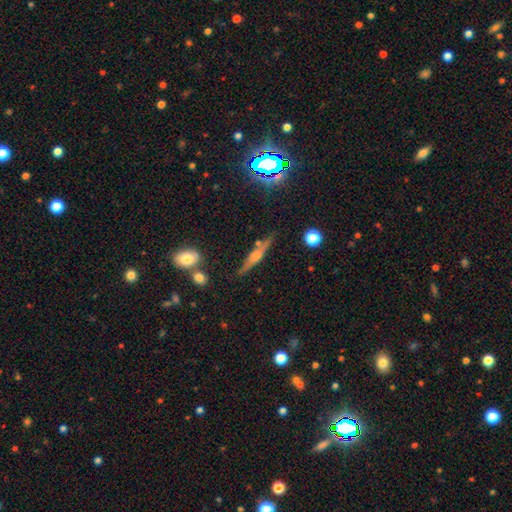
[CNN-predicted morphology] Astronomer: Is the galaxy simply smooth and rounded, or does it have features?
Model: featured or disk — 63%.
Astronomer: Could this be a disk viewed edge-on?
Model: yes — 94%.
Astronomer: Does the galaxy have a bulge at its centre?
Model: rounded — 77%.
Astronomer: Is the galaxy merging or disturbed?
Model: none — 80%.